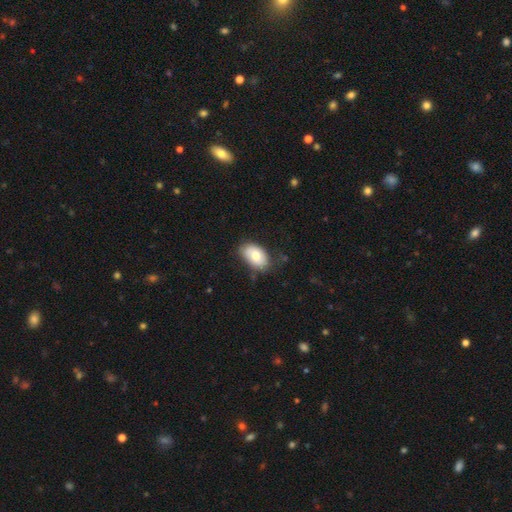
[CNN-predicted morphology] Q: Smooth or featured?
A: smooth (73%); runner-up: featured or disk (20%)
Q: How rounded?
A: in between (91%); runner-up: round (8%)
Q: Merging?
A: none (74%); runner-up: minor disturbance (20%)